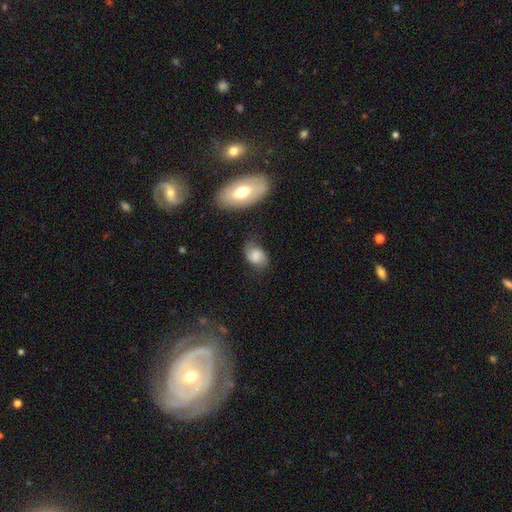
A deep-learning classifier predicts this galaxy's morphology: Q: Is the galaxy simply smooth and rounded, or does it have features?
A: smooth — 65%.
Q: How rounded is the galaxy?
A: in between — 79%.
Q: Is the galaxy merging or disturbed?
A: none — 55%.